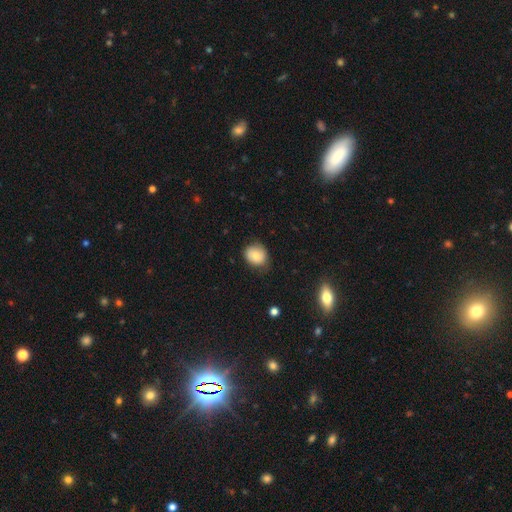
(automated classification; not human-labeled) smooth_or_featured: smooth (p=0.77) [alt: featured or disk p=0.14]
how_rounded: round (p=0.65) [alt: in between p=0.34]
merging: none (p=0.73) [alt: minor disturbance p=0.21]